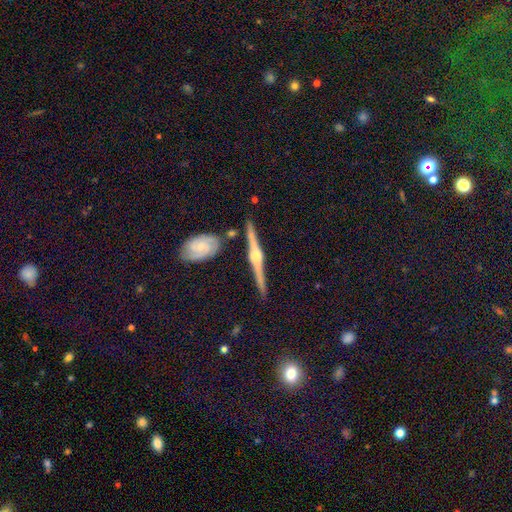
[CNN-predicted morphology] A featured or disk galaxy (87%) viewed edge-on (98%) with a rounded central bulge (90%). Merging: none (86%).